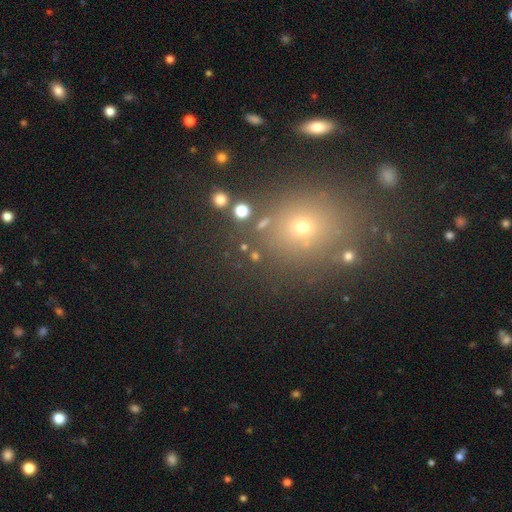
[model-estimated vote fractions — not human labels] Smooth or featured? smooth (51%)
How rounded? round (77%)
Merging? none (75%)